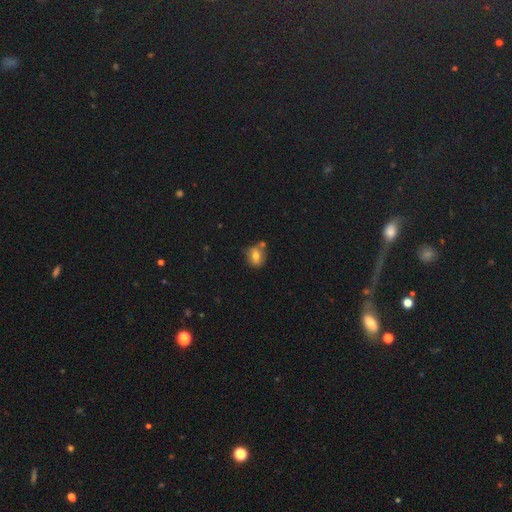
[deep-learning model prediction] smooth_or_featured: smooth (p=0.71) [alt: featured or disk p=0.18]
how_rounded: round (p=0.64) [alt: in between p=0.35]
merging: none (p=0.65) [alt: minor disturbance p=0.16]